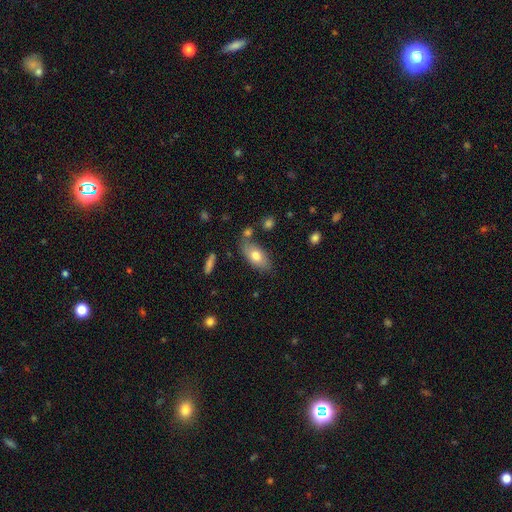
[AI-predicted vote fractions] smooth_or_featured: smooth (p=0.72) [alt: featured or disk p=0.21]
how_rounded: in between (p=0.89) [alt: cigar-shaped p=0.07]
merging: none (p=0.69) [alt: minor disturbance p=0.17]